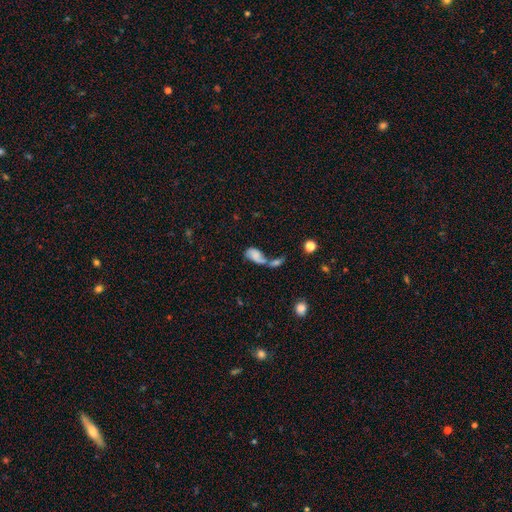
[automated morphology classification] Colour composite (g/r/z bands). It shows a smooth galaxy with no disk features (63%) that is in between round and cigar-shaped (89%). Merging: merger (58%).